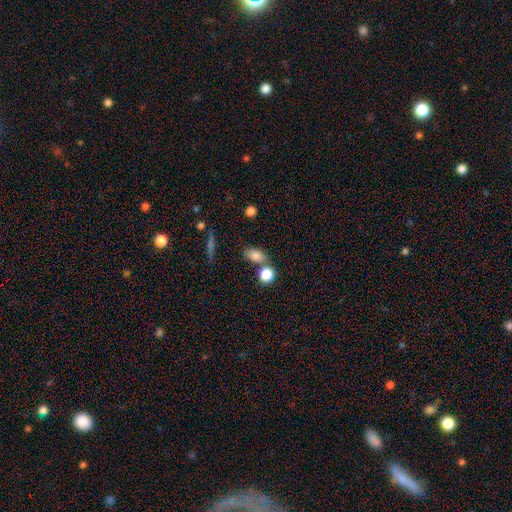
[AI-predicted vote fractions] A smooth galaxy with no disk features (81%) that is in between round and cigar-shaped (76%). Merging: none (63%).